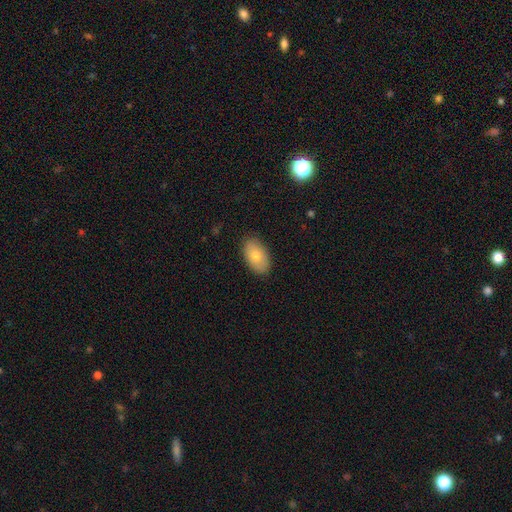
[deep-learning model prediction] Smooth or featured? Predicted: smooth (p=0.77). How rounded? Predicted: in between (p=0.93). Merging? Predicted: none (p=0.87).